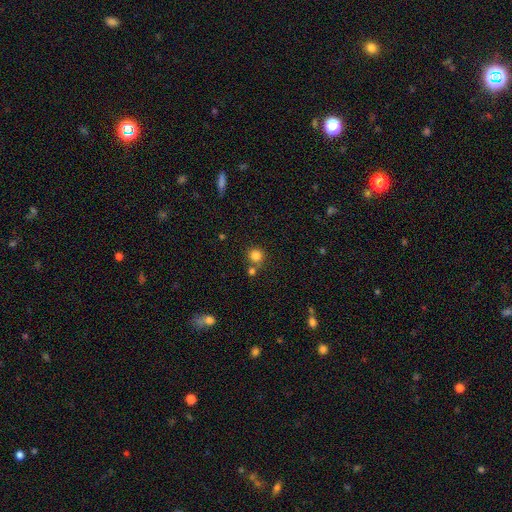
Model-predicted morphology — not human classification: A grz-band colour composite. It shows a smooth galaxy with no disk features (82%) that is round (91%). Merging: none (68%).